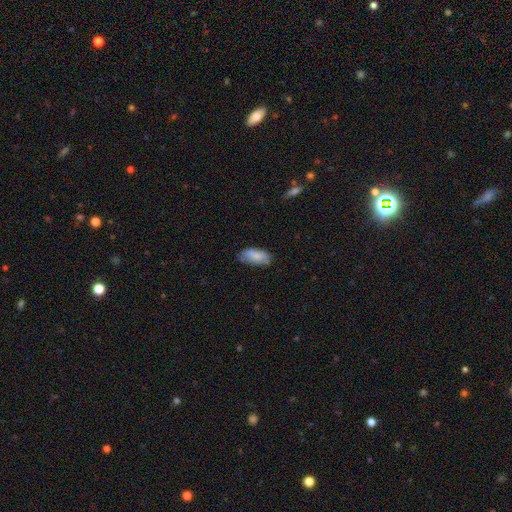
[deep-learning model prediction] smooth 81%, featured or disk 12%, star or artifact 7%. Down the decision tree: how rounded — in between (88%); merging — none (64%).